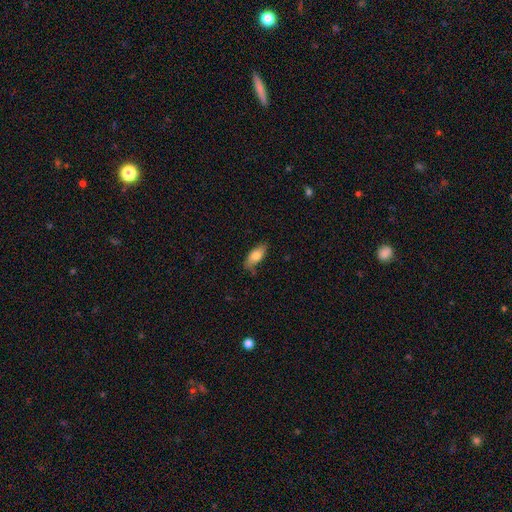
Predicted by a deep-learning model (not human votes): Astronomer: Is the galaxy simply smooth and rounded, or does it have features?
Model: smooth — 76%.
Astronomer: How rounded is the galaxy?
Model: in between — 81%.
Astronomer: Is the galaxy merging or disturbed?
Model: none — 70%.